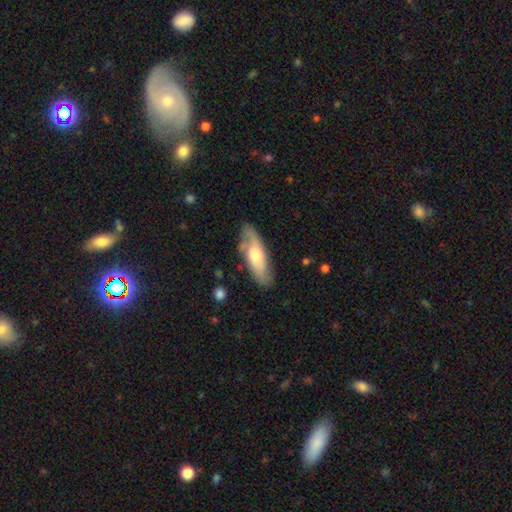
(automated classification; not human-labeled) featured or disk 48%, smooth 46%, star or artifact 6%. Down the decision tree: merging — none (76%).